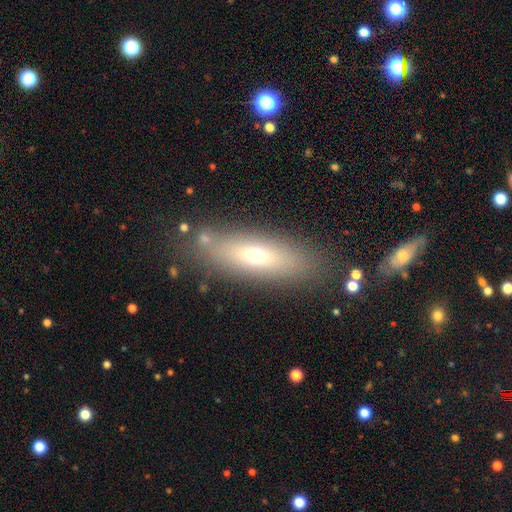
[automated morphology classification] This is likely a smooth galaxy (60%). How rounded: possibly in between (52%). Merging: likely none (78%).